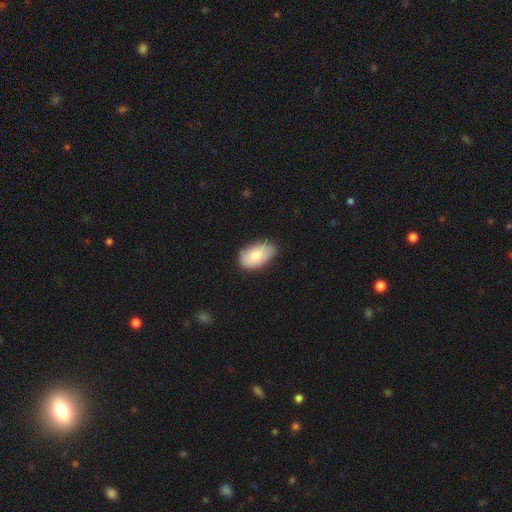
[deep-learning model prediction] Smooth or featured? smooth (81%)
How rounded? in between (94%)
Merging? none (73%)